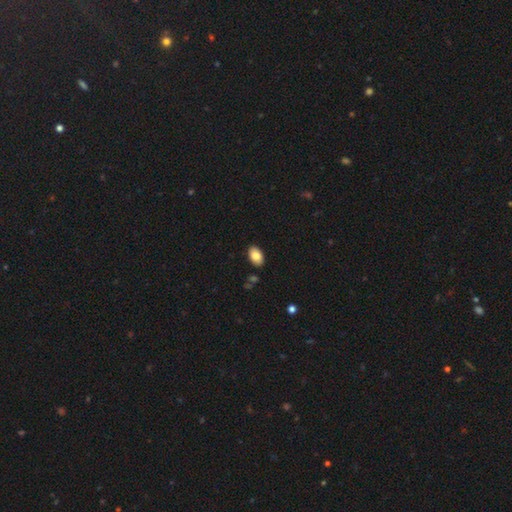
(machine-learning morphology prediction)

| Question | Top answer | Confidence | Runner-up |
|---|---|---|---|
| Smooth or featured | smooth | 84% | featured or disk (9%) |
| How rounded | in between | 92% | round (7%) |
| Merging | none | 88% | minor disturbance (8%) |